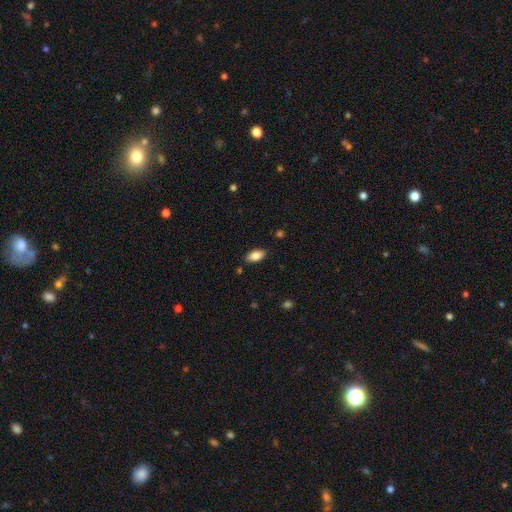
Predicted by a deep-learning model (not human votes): smooth 85%, star or artifact 8%, featured or disk 7%. Down the decision tree: how rounded — in between (92%); merging — none (86%).